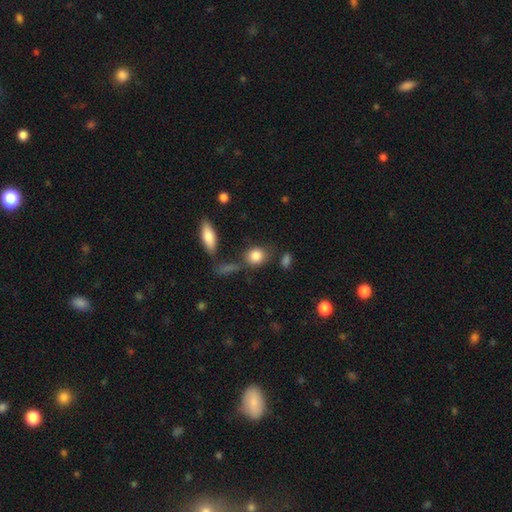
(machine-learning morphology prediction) Smooth or featured? Predicted: smooth (p=0.85). How rounded? Predicted: round (p=0.55). Merging? Predicted: none (p=0.66).